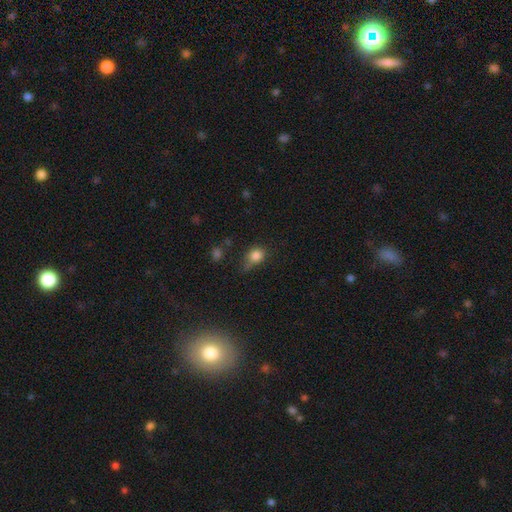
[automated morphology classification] This is clearly a smooth galaxy (81%). How rounded: likely round (65%). Merging: marginally none (45%).